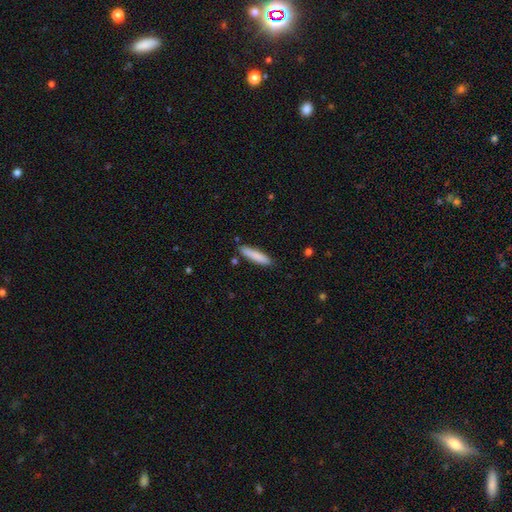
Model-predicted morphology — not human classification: smooth_or_featured: smooth (p=0.84) [alt: featured or disk p=0.10]
how_rounded: cigar-shaped (p=0.85) [alt: in between p=0.14]
merging: none (p=0.86) [alt: minor disturbance p=0.10]